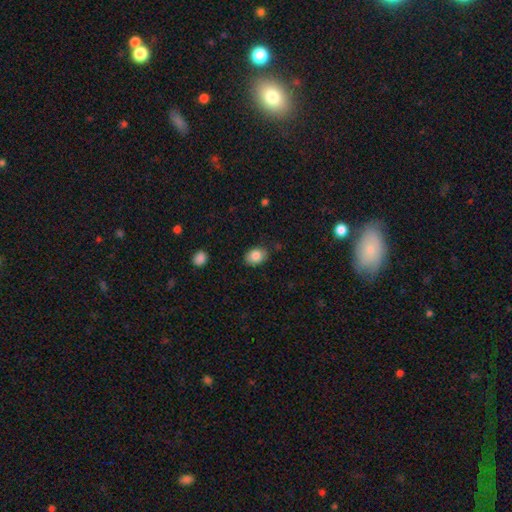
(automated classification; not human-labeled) Smooth or featured? Predicted: smooth (p=0.85). How rounded? Predicted: in between (p=0.70). Merging? Predicted: none (p=0.84).